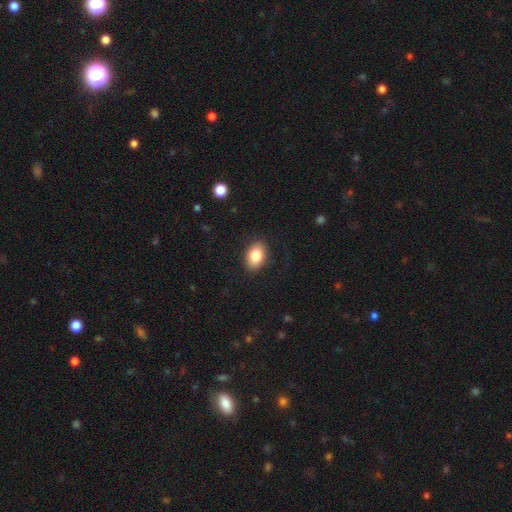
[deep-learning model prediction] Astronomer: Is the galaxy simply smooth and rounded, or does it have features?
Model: smooth — 85%.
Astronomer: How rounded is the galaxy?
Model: in between — 86%.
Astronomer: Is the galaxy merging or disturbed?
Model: none — 87%.